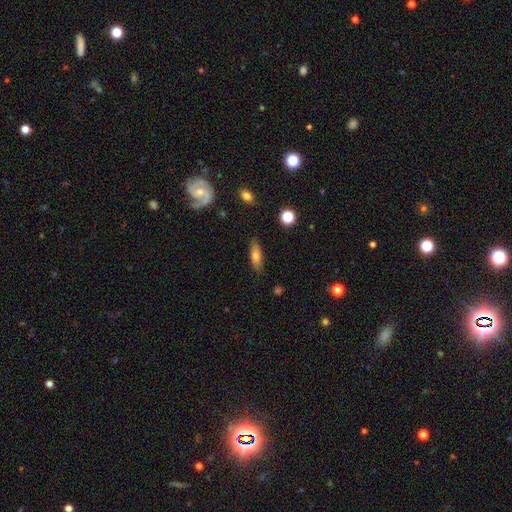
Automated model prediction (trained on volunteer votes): Smooth or featured?
  - smooth: 66% *
  - featured or disk: 26%
  - star or artifact: 9%
How rounded?
  - in between: 55% *
  - cigar-shaped: 41%
  - round: 4%
Merging?
  - none: 83% *
  - minor disturbance: 13%
  - major disturbance: 3%
  - merger: 2%